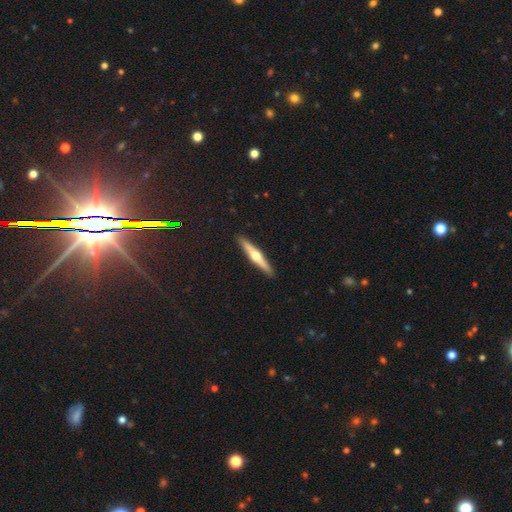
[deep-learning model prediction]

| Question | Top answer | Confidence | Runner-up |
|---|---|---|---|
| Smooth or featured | featured or disk | 68% | smooth (27%) |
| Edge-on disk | yes | 97% | no (3%) |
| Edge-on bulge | rounded | 94% | none (3%) |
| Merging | none | 92% | minor disturbance (6%) |